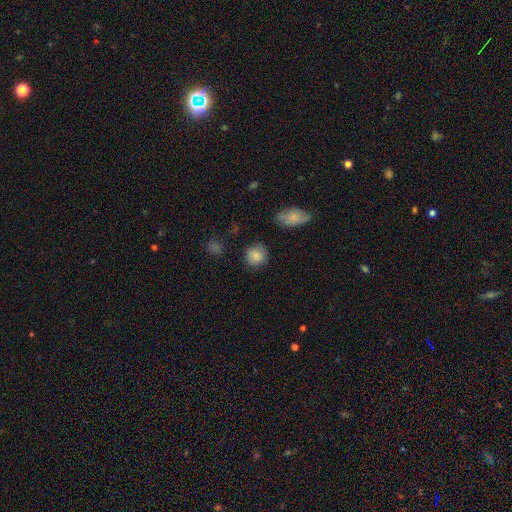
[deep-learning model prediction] smooth_or_featured: smooth (p=0.86) [alt: star or artifact p=0.09]
how_rounded: round (p=0.86) [alt: in between p=0.13]
merging: none (p=0.84) [alt: minor disturbance p=0.11]